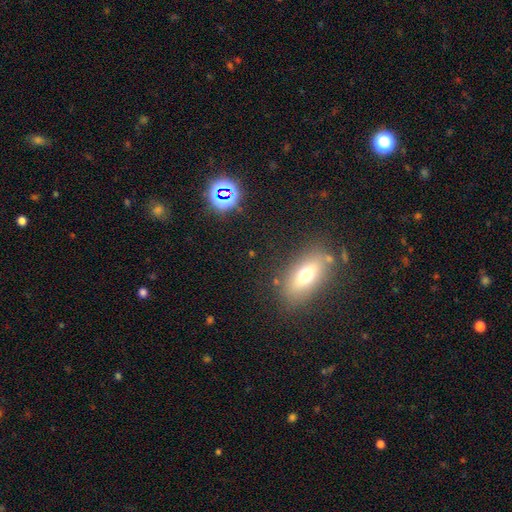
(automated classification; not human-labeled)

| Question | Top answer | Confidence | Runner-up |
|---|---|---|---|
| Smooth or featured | smooth | 50% | featured or disk (28%) |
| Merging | none | 84% | minor disturbance (10%) |